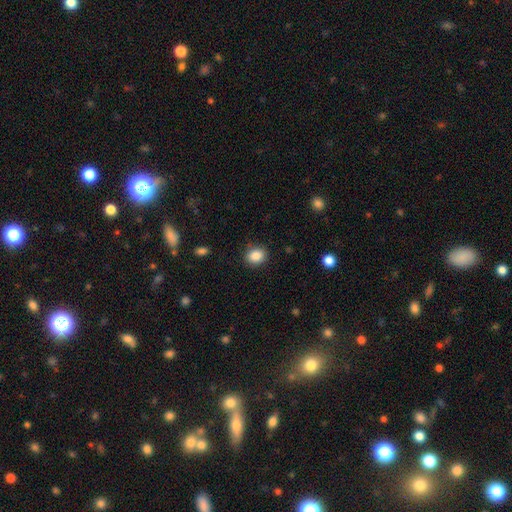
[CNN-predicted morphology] type=smooth (87%); roundness=round (59%); merging=none (87%).